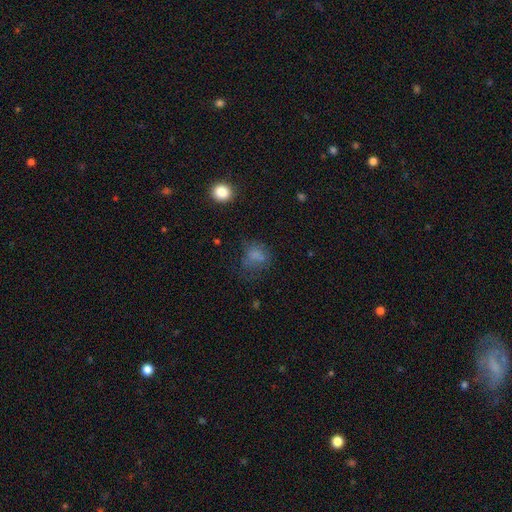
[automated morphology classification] smooth 71%, star or artifact 16%, featured or disk 13%. Down the decision tree: how rounded — round (57%); merging — none (47%).